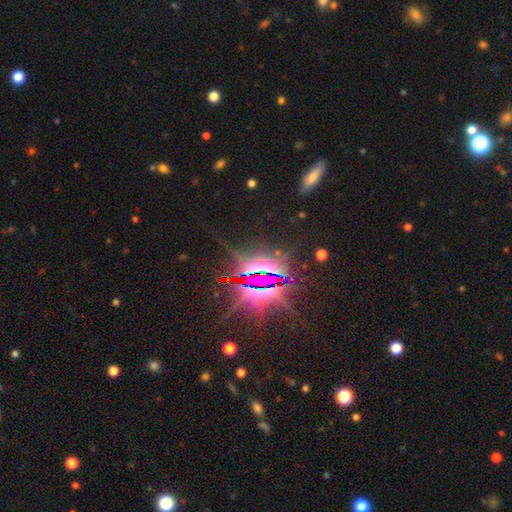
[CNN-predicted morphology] Q: Smooth or featured?
A: star or artifact (82%); runner-up: featured or disk (10%)